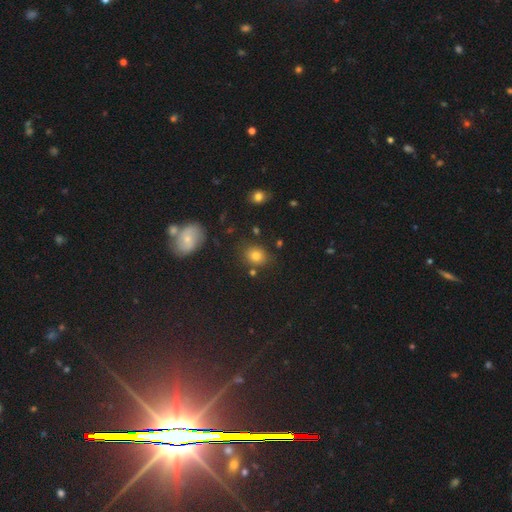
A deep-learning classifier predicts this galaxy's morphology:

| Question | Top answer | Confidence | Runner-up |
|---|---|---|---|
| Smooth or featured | smooth | 77% | star or artifact (14%) |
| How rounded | round | 54% | in between (45%) |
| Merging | none | 80% | minor disturbance (12%) |